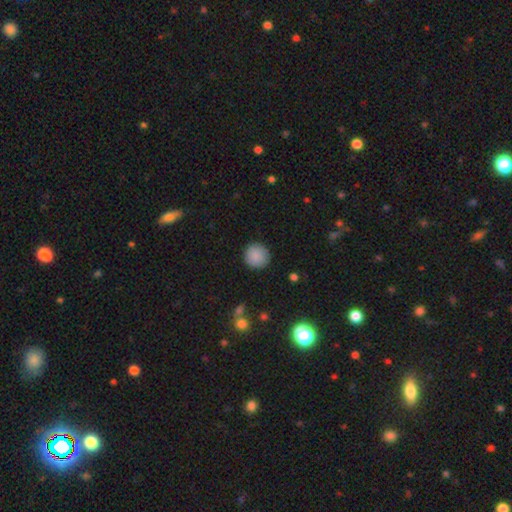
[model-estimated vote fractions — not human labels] Smooth or featured: smooth — 88% (star or artifact — 8%)
How rounded: round — 95% (in between — 4%)
Merging: none — 90% (minor disturbance — 7%)